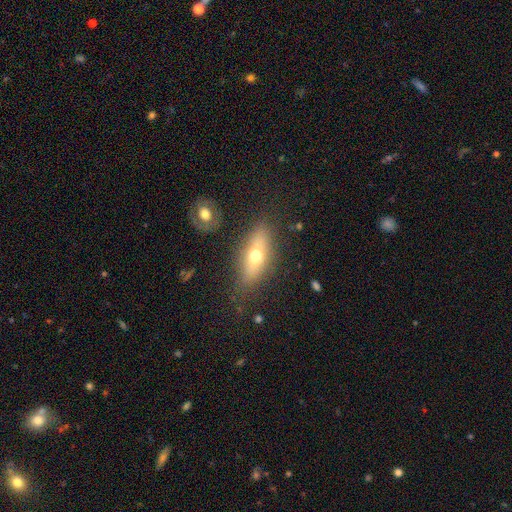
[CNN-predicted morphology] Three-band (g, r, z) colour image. It shows a smooth galaxy with no disk features (56%) that is in between round and cigar-shaped (62%). Merging: none (78%).